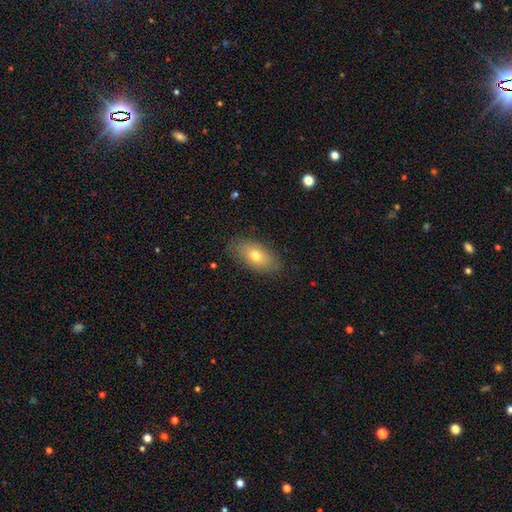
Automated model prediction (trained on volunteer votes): smooth 72%, featured or disk 20%, star or artifact 8%. Down the decision tree: how rounded — in between (89%); merging — none (82%).